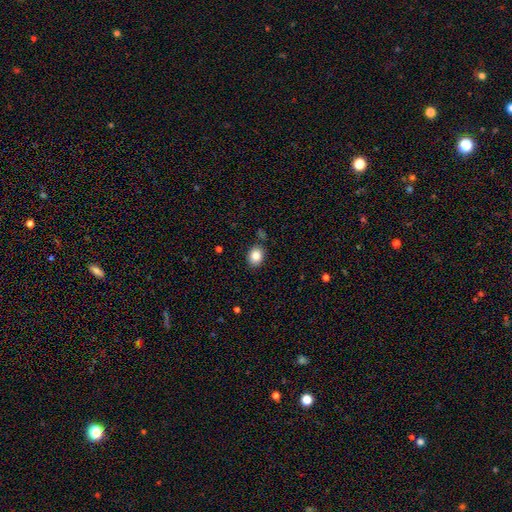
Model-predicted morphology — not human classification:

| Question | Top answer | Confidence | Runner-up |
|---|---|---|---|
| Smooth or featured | smooth | 86% | star or artifact (9%) |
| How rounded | in between | 58% | round (41%) |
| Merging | none | 84% | minor disturbance (10%) |